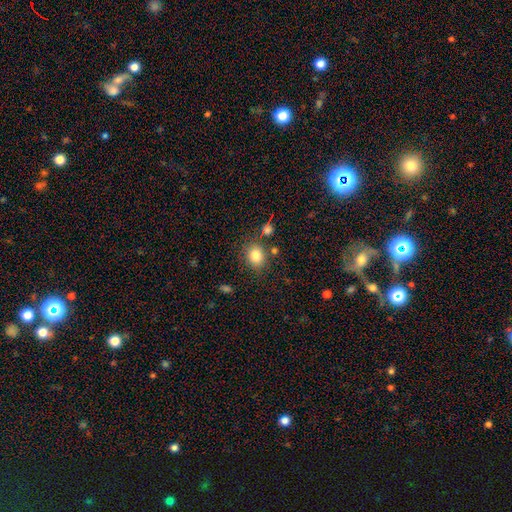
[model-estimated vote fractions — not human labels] smooth-or-featured: smooth: 82% | star or artifact: 10% | featured or disk: 7%
  how-rounded: round: 64% | in between: 35% | cigar-shaped: 1%
  merging: none: 78% | minor disturbance: 12% | merger: 6% | major disturbance: 4%